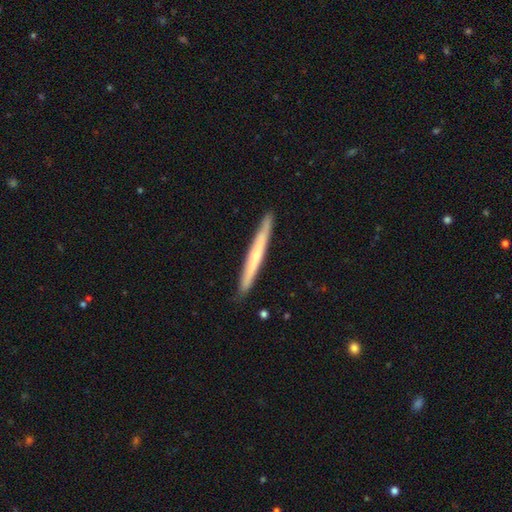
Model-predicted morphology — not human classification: This appears to be a smooth galaxy with no disk features (48%). Merging: none (91%).